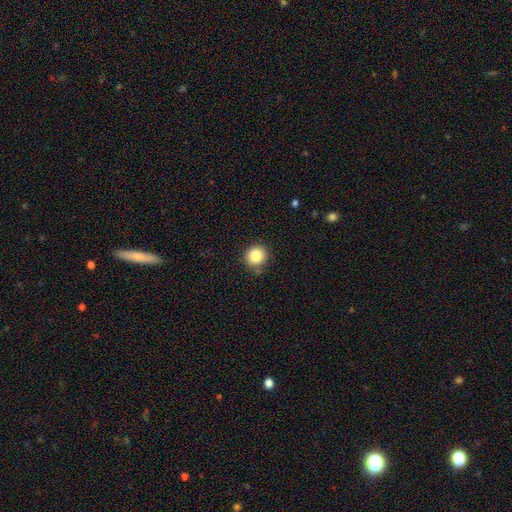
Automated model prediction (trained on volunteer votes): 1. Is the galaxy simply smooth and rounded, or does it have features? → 85% smooth, 10% star or artifact, 5% featured or disk.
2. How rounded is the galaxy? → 90% round, 9% in between, 1% cigar-shaped.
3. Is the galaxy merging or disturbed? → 80% none, 15% minor disturbance, 3% major disturbance, 3% merger.